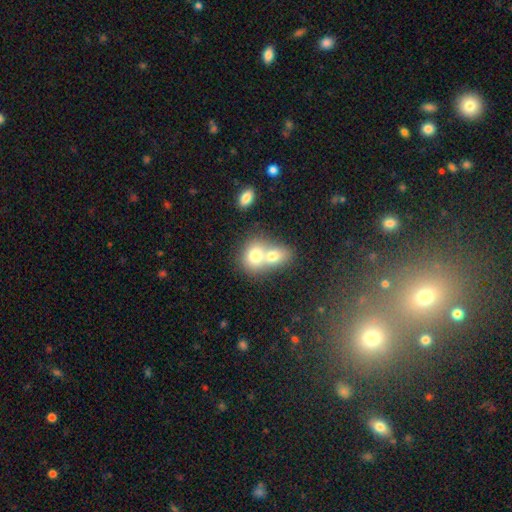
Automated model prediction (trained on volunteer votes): Smooth or featured? Predicted: smooth (p=0.72). How rounded? Predicted: round (p=0.56). Merging? Predicted: merger (p=0.70).